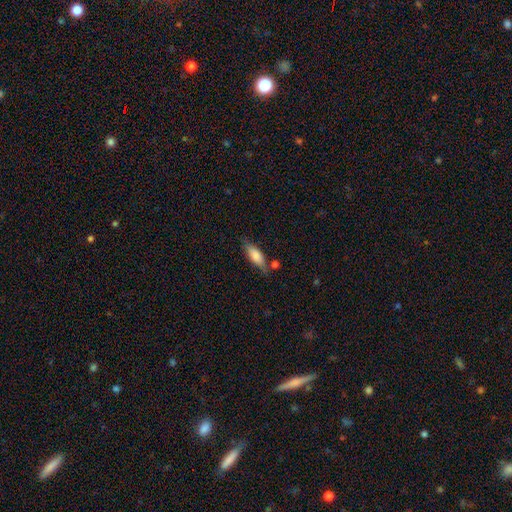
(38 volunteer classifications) Smooth or featured? smooth (76%)
How rounded? in between (72%)
Merging? none (58%)